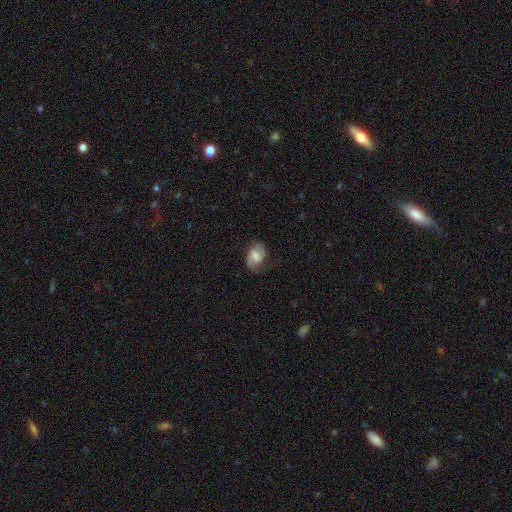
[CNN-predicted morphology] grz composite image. It shows a featured or disk galaxy (51%). Merging: none (69%).